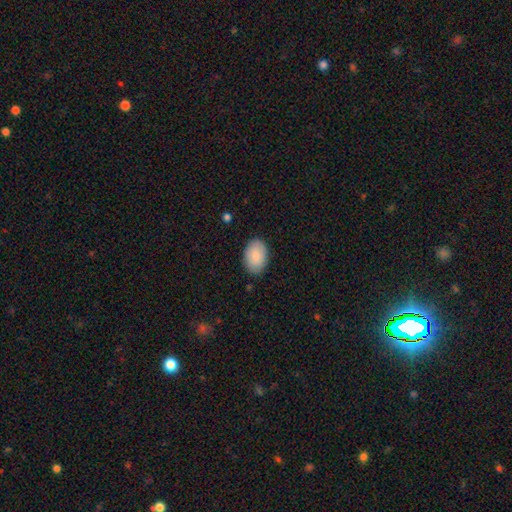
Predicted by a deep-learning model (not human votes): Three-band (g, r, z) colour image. It shows a smooth galaxy with no disk features (88%) that is in between round and cigar-shaped (88%). Merging: none (87%).